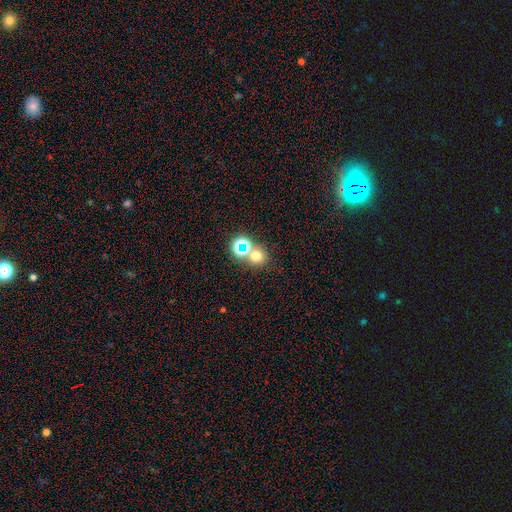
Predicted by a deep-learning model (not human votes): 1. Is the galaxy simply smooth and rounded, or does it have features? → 63% smooth, 27% star or artifact, 10% featured or disk.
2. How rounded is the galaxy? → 84% round, 15% in between, 1% cigar-shaped.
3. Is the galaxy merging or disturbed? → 61% none, 29% merger, 7% minor disturbance, 4% major disturbance.